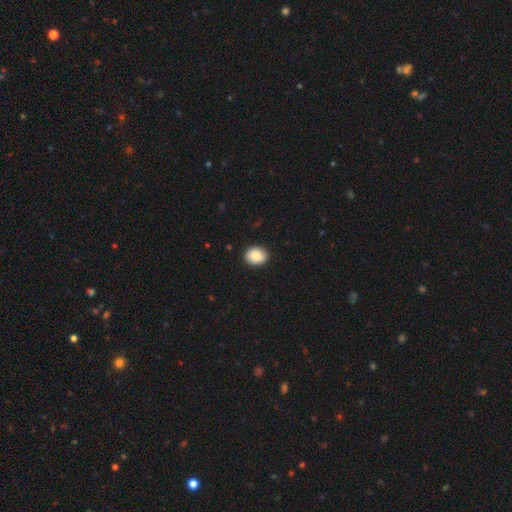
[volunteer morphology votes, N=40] Volunteers were most divided on "how rounded" (2-way tie): round: 50%, in between: 50%, cigar-shaped: 0%. More confident: smooth or featured — smooth (90%); merging — none (89%).